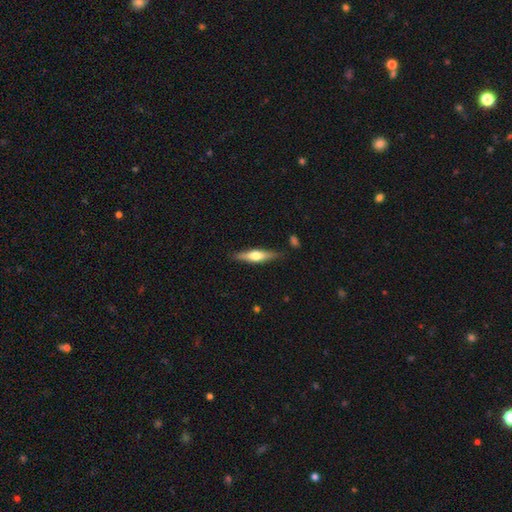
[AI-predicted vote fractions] Morphology: type=featured or disk (54%); edge-on=yes (94%); edge-on bulge=rounded (90%); merging=none (85%).